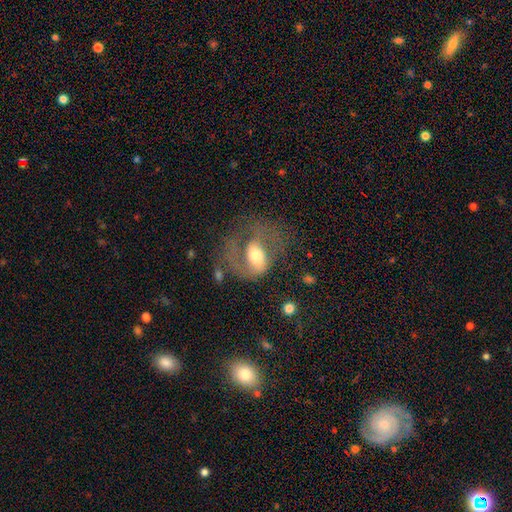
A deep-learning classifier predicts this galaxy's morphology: Q: Smooth or featured?
A: featured or disk (64%); runner-up: smooth (28%)
Q: Edge-on disk?
A: no (96%); runner-up: yes (4%)
Q: Bar?
A: no (43%); runner-up: weak (38%)
Q: Spiral arms?
A: yes (72%); runner-up: no (28%)
Q: Bulge size?
A: moderate (61%); runner-up: large (24%)
Q: Merging?
A: major disturbance (47%); runner-up: none (31%)